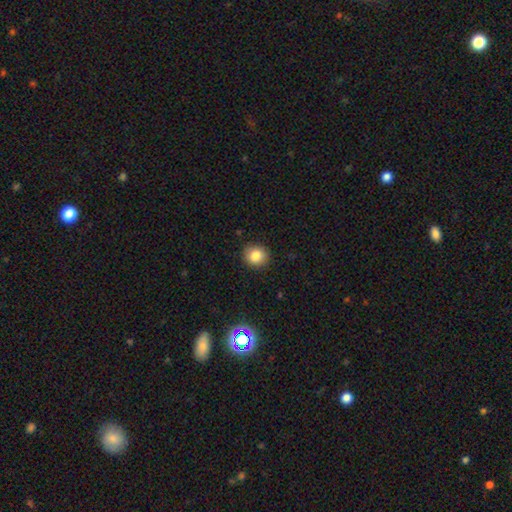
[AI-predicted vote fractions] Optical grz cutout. It shows a smooth galaxy with no disk features (83%) that is round (85%). Merging: none (90%).